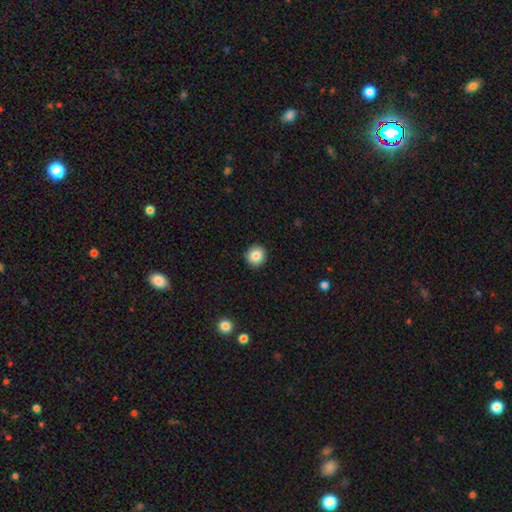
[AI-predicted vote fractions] smooth_or_featured: smooth (p=0.85) [alt: star or artifact p=0.09]
how_rounded: round (p=0.94) [alt: in between p=0.05]
merging: none (p=0.92) [alt: minor disturbance p=0.05]